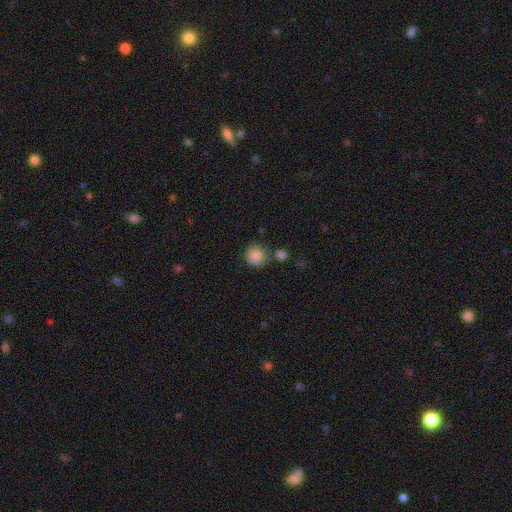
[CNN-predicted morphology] Overall: smooth (86%). How rounded: round (89%). Merging: none (69%).